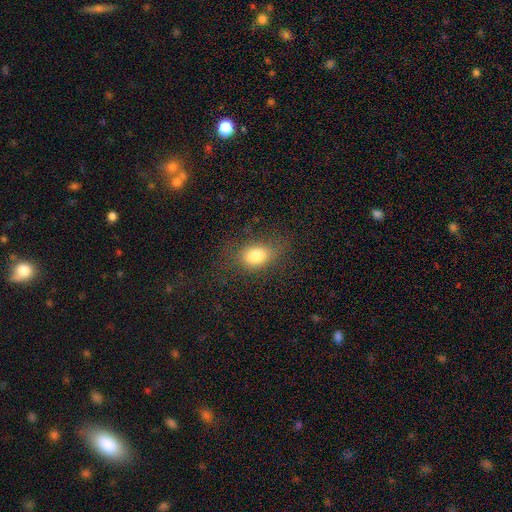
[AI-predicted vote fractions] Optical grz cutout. It shows a smooth galaxy with no disk features (77%) that is in between round and cigar-shaped (72%). Merging: none (68%).